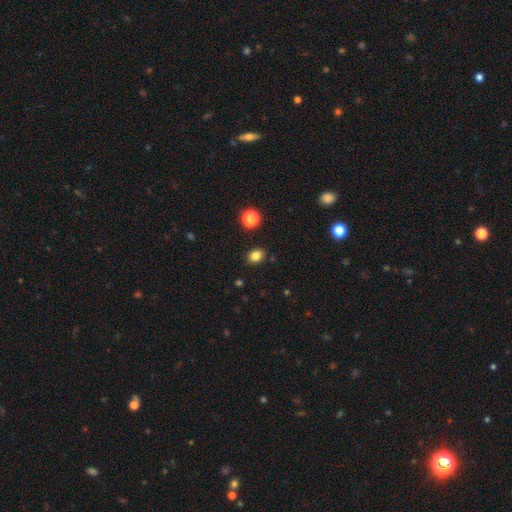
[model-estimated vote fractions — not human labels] Smooth or featured? Predicted: smooth (p=0.82). How rounded? Predicted: round (p=0.52). Merging? Predicted: none (p=0.88).